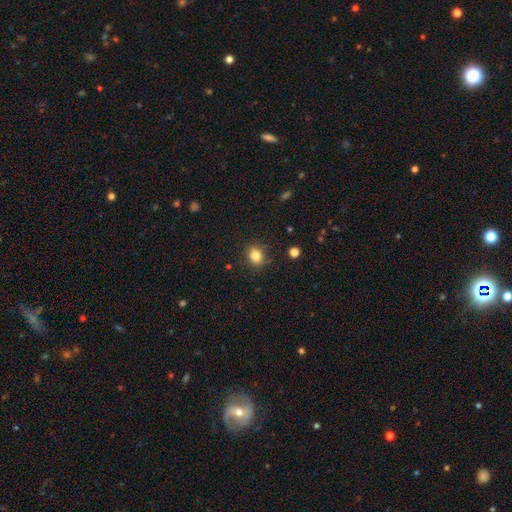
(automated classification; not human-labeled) smooth_or_featured: smooth (p=0.83) [alt: star or artifact p=0.11]
how_rounded: round (p=0.51) [alt: in between p=0.48]
merging: none (p=0.87) [alt: minor disturbance p=0.09]